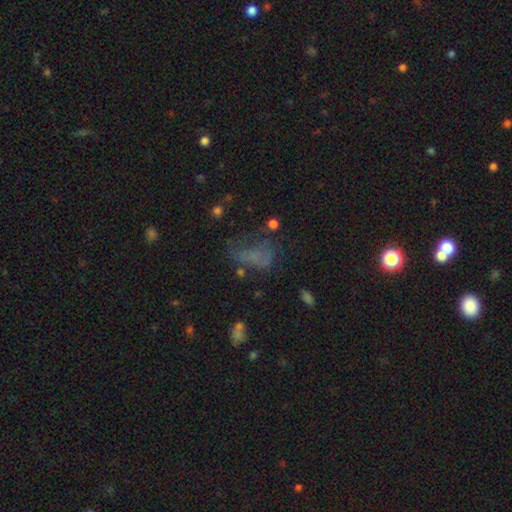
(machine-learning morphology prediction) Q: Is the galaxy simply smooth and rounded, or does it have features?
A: smooth — 45%.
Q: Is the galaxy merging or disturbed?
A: none — 37%.